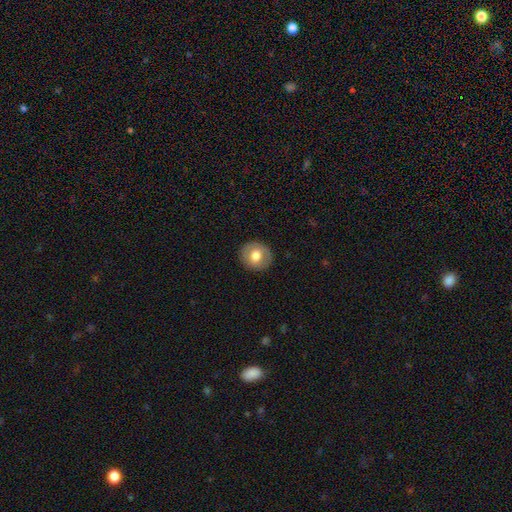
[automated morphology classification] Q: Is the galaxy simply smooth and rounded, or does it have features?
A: smooth — 72%.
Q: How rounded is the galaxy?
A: round — 87%.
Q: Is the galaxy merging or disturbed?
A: none — 89%.